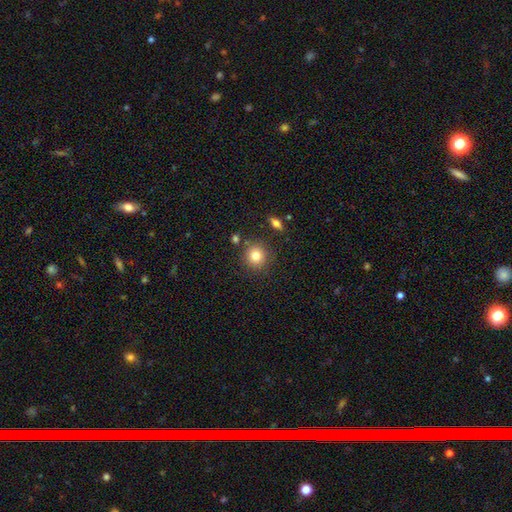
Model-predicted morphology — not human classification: Overall: smooth (81%). How rounded: round (91%). Merging: none (84%).